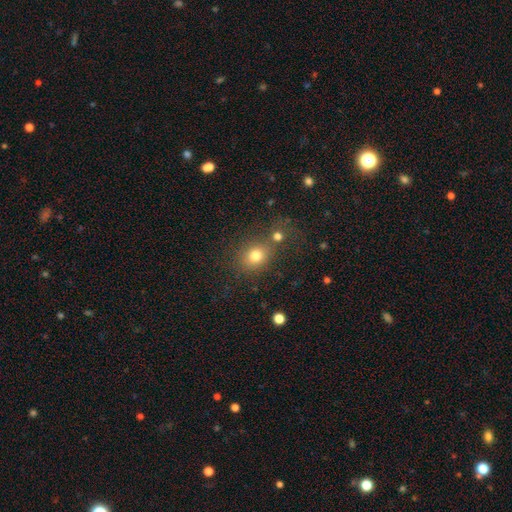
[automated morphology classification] A smooth galaxy with no disk features (76%) that is round (65%).

Vote fractions:
- Smooth or featured? smooth: 76% / star or artifact: 15% / featured or disk: 9%
- How rounded? round: 65% / in between: 34% / cigar-shaped: 1%
- Merging? none: 60% / merger: 23% / minor disturbance: 11% / major disturbance: 6%